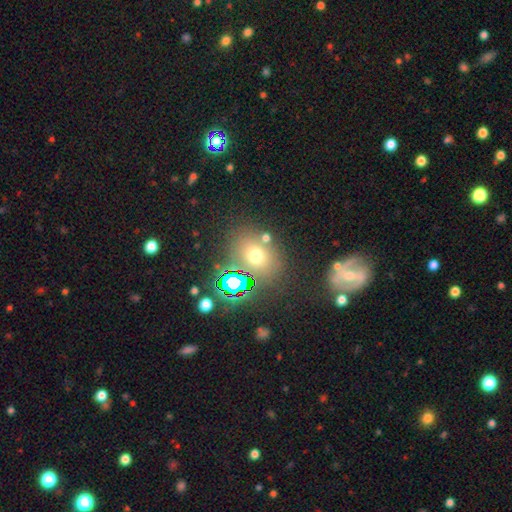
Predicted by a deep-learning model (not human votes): Morphology: type=smooth (62%); roundness=round (57%); merging=none (72%).